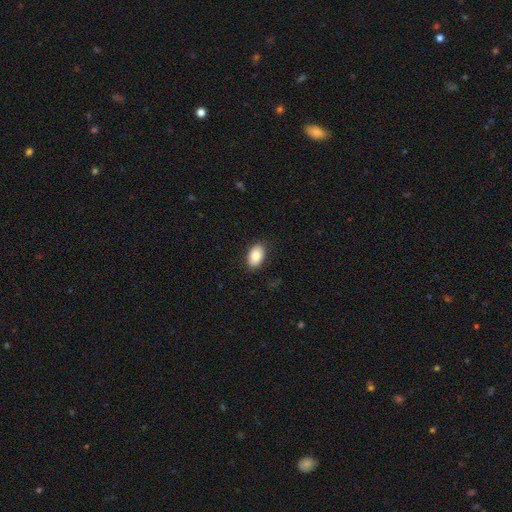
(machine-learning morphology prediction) A smooth galaxy with no disk features (83%) that is in between round and cigar-shaped (90%). Merging: none (86%).